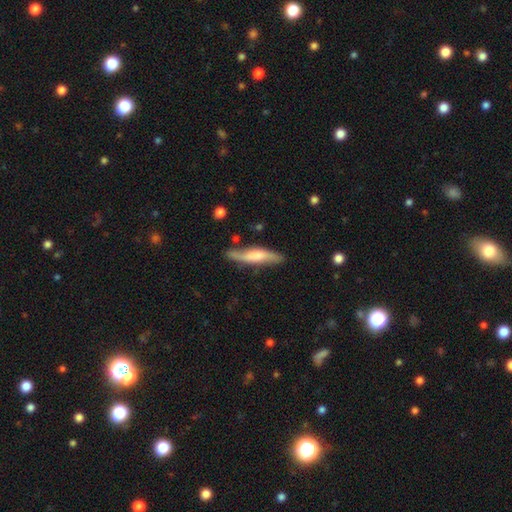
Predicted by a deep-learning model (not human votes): Smooth or featured?
  - smooth: 47% * (tied)
  - featured or disk: 47% * (tied)
  - star or artifact: 6%
Merging?
  - none: 71% *
  - minor disturbance: 20%
  - major disturbance: 5%
  - merger: 4%